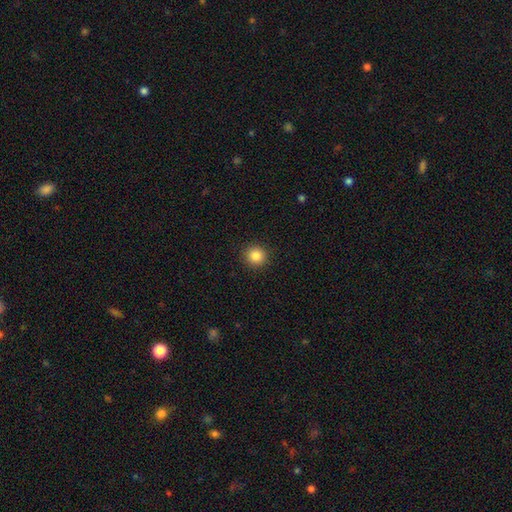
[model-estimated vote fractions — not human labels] Smooth or featured? Predicted: smooth (p=0.86). How rounded? Predicted: round (p=0.94). Merging? Predicted: none (p=0.92).